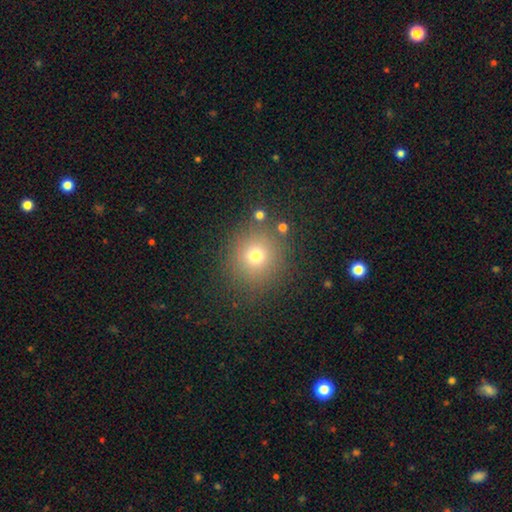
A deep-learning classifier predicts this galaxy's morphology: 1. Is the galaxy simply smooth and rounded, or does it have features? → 71% smooth, 19% star or artifact, 10% featured or disk.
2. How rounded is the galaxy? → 90% round, 10% in between, 1% cigar-shaped.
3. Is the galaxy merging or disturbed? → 84% none, 9% minor disturbance, 4% major disturbance, 3% merger.